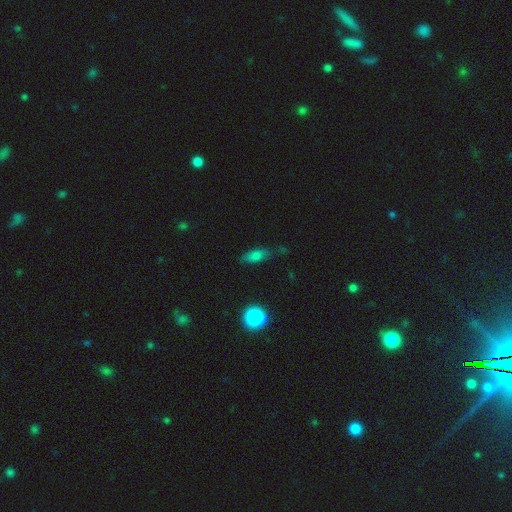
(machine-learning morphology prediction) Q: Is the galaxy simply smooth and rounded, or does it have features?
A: smooth — 75%.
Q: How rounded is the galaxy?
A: in between — 71%.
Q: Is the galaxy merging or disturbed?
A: none — 70%.